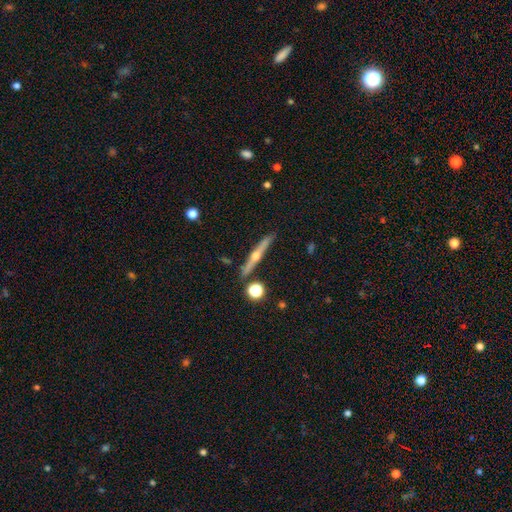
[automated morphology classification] Smooth or featured?
  - featured or disk: 73% *
  - smooth: 20%
  - star or artifact: 7%
Edge-on disk?
  - yes: 97% *
  - no: 3%
Edge-on bulge?
  - rounded: 93% *
  - none: 5%
  - boxy: 2%
Merging?
  - none: 88% *
  - minor disturbance: 7%
  - merger: 3%
  - major disturbance: 2%